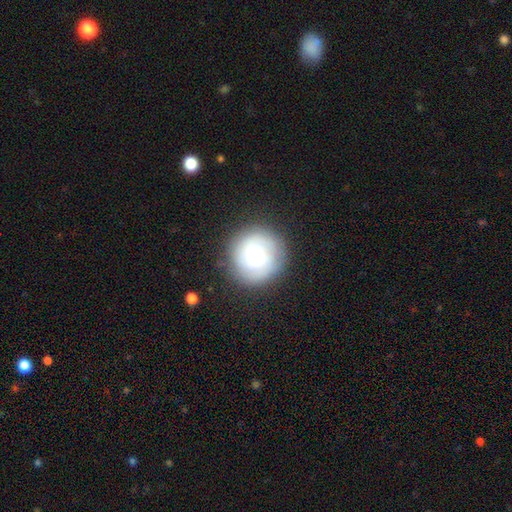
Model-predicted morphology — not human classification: Smooth or featured? Predicted: smooth (p=0.59). How rounded? Predicted: round (p=0.95). Merging? Predicted: none (p=0.83).